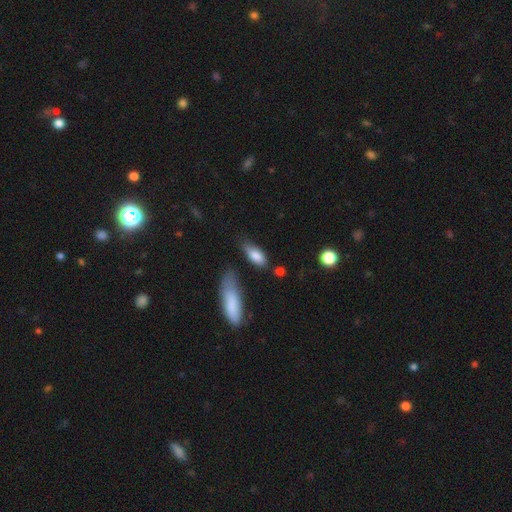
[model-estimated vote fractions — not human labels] smooth_or_featured: smooth (p=0.82) [alt: featured or disk p=0.11]
how_rounded: in between (p=0.78) [alt: cigar-shaped p=0.18]
merging: none (p=0.54) [alt: minor disturbance p=0.29]